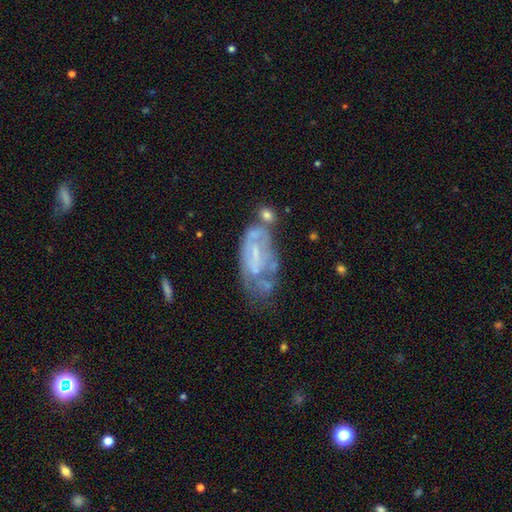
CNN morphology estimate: A featured or disk galaxy (66%) with no bar (52%), no spiral arms (52%) and a small central bulge (50%).

Vote fractions:
- Smooth or featured? featured or disk: 66% / smooth: 24% / star or artifact: 9%
- Edge-on disk? no: 93% / yes: 7%
- Bar? no: 52% / weak: 36% / strong: 12%
- Spiral arms? no: 52% / yes: 48%
- Bulge size? small: 50% / none: 30% / moderate: 17% / large: 2% / dominant: 1%
- Merging? none: 29% / merger: 25% / minor disturbance: 23% / major disturbance: 23%